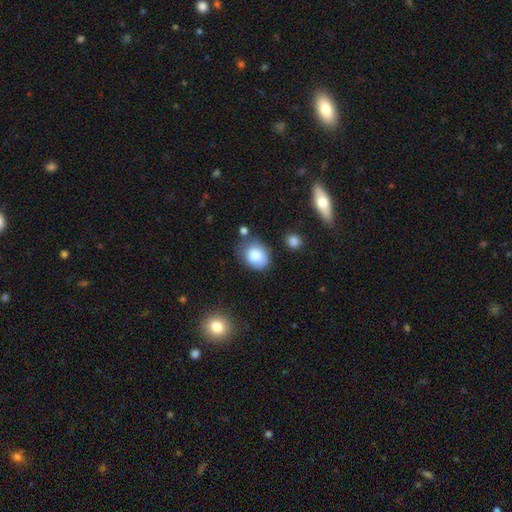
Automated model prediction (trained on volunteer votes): Overall: smooth (85%). How rounded: in between (57%; round 42%). Merging: none (60%; minor disturbance 25%).